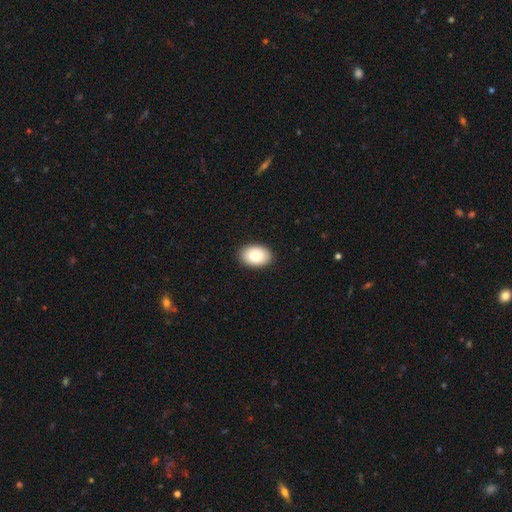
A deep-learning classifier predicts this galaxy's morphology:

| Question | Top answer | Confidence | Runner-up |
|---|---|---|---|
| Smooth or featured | smooth | 83% | featured or disk (10%) |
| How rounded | in between | 86% | round (13%) |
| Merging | none | 90% | minor disturbance (7%) |